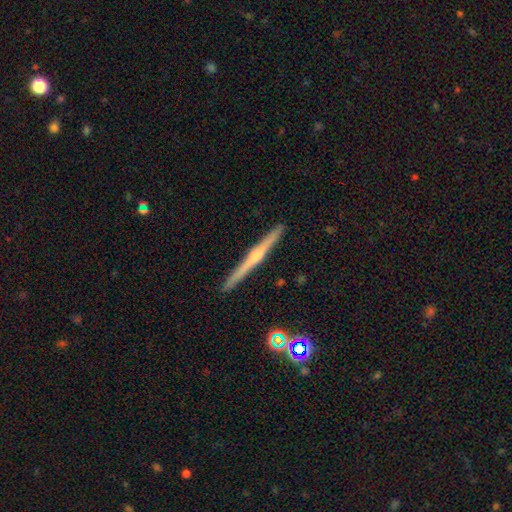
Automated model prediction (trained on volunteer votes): Smooth or featured? Predicted: featured or disk (p=0.75). Edge-on disk? Predicted: yes (p=0.98). Edge-on bulge? Predicted: rounded (p=0.79). Merging? Predicted: none (p=0.92).